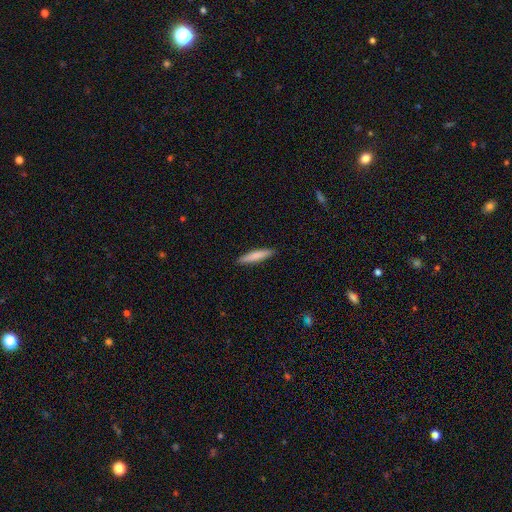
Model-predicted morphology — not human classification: A smooth galaxy with no disk features (80%) that is cigar-shaped (87%). Merging: none (91%).